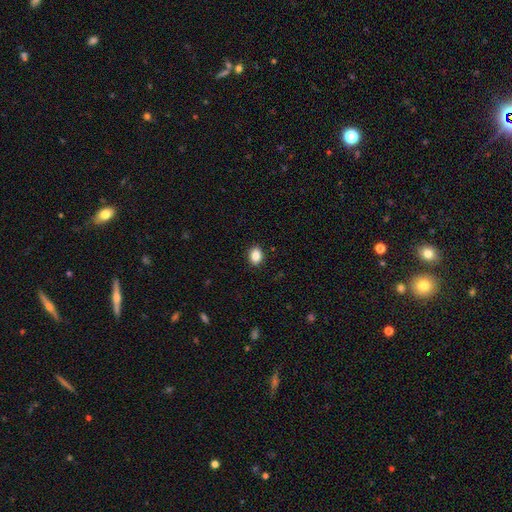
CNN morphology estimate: type=smooth (87%); roundness=in between (68%); merging=none (90%).